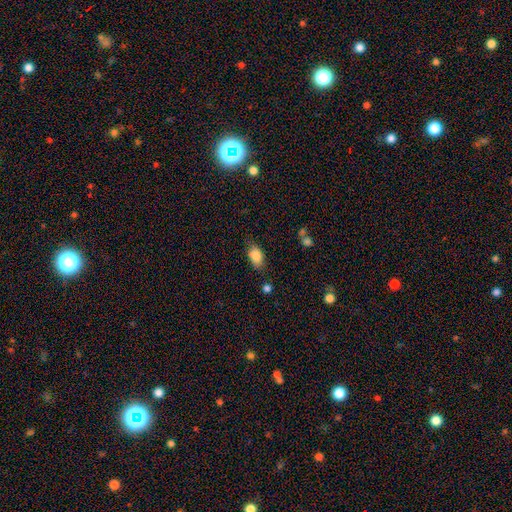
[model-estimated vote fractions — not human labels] This appears to be a smooth galaxy with no disk features (85%) that is in between round and cigar-shaped (89%). Merging: none (72%).